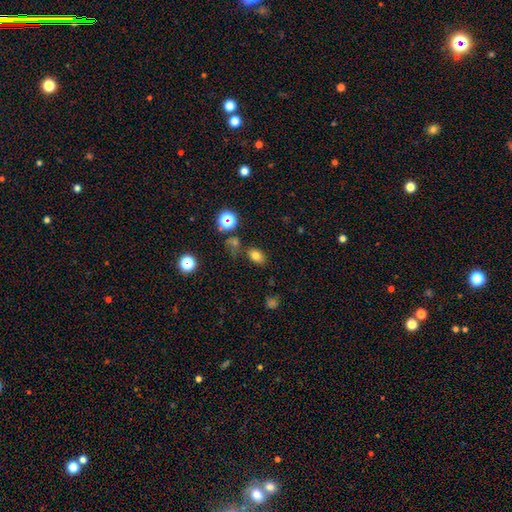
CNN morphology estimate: smooth 74%, star or artifact 17%, featured or disk 9%. Down the decision tree: how rounded — in between (75%); merging — none (72%).